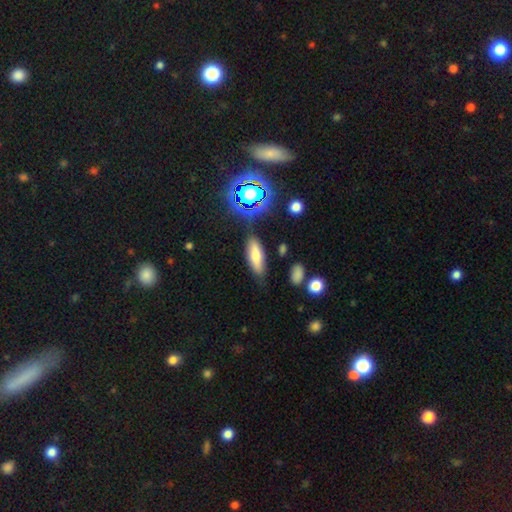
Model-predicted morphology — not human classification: Smooth or featured: smooth — 67% (featured or disk — 21%)
How rounded: in between — 62% (cigar-shaped — 35%)
Merging: none — 78% (minor disturbance — 14%)